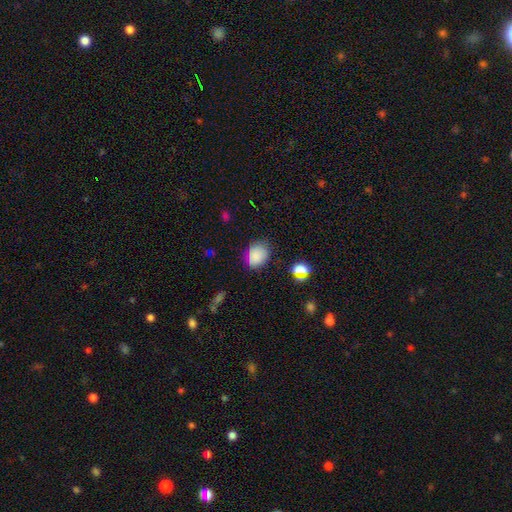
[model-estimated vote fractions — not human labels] A smooth galaxy with no disk features (82%) that is in between round and cigar-shaped (56%). Merging: none (75%).